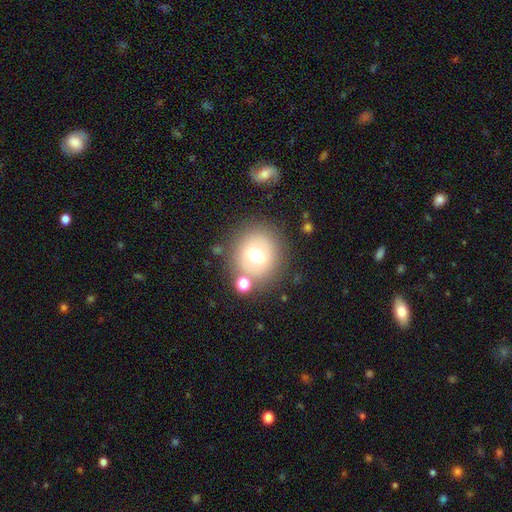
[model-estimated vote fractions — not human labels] This appears to be a smooth galaxy with no disk features (65%) that is round (82%). Merging: none (74%).